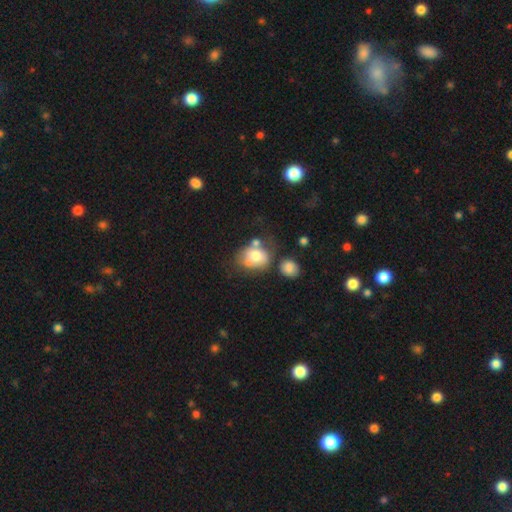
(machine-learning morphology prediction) smooth_or_featured: smooth (p=0.66) [alt: featured or disk p=0.26]
how_rounded: in between (p=0.50) [alt: round p=0.49]
merging: none (p=0.37) [alt: merger p=0.27]